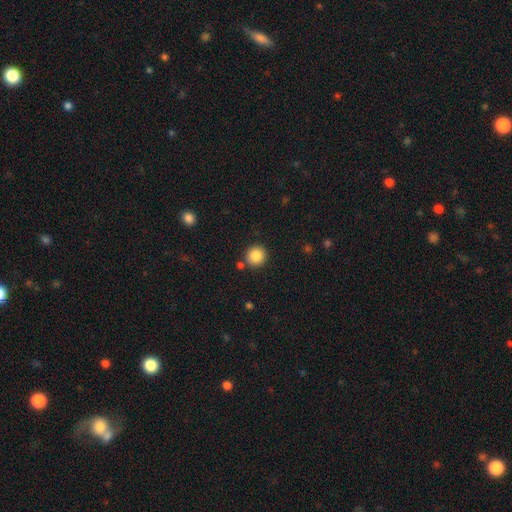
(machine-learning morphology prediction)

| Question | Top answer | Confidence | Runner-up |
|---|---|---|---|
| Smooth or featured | smooth | 86% | star or artifact (9%) |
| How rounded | round | 93% | in between (6%) |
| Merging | none | 85% | minor disturbance (7%) |